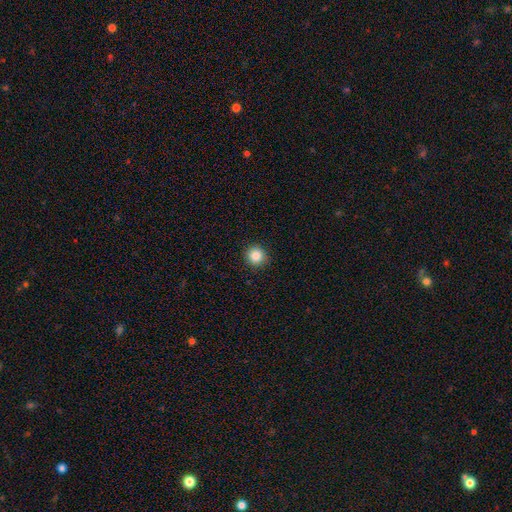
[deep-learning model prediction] smooth_or_featured: smooth (p=0.86) [alt: star or artifact p=0.10]
how_rounded: round (p=0.93) [alt: in between p=0.06]
merging: none (p=0.92) [alt: minor disturbance p=0.06]